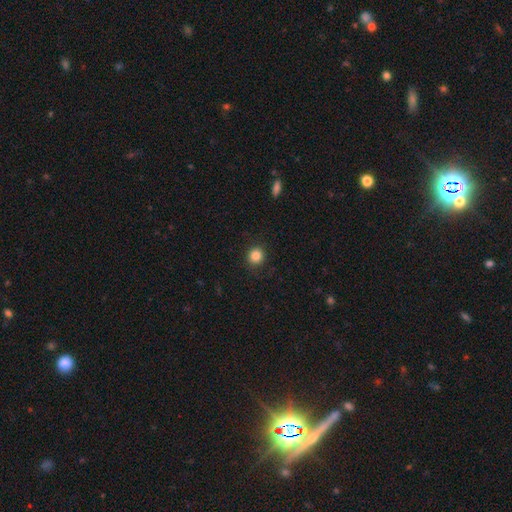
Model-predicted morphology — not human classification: This appears to be a smooth galaxy with no disk features (85%) that is round (91%). Merging: none (89%).